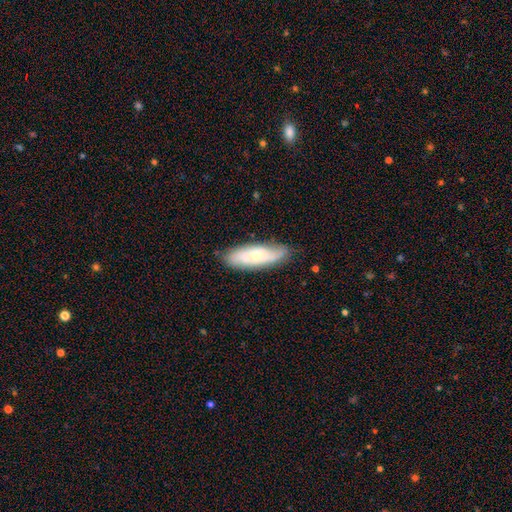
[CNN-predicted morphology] Smooth or featured? smooth (49%)
Merging? none (76%)